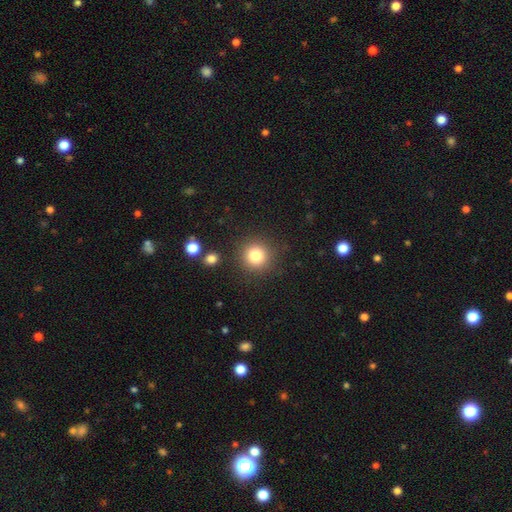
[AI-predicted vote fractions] Smooth or featured? smooth (81%)
How rounded? round (94%)
Merging? none (88%)